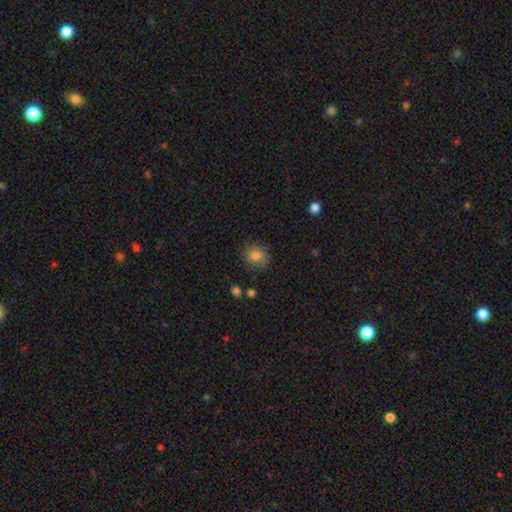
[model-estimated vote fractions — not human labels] smooth 82%, star or artifact 10%, featured or disk 9%. Down the decision tree: how rounded — round (77%); merging — none (81%).